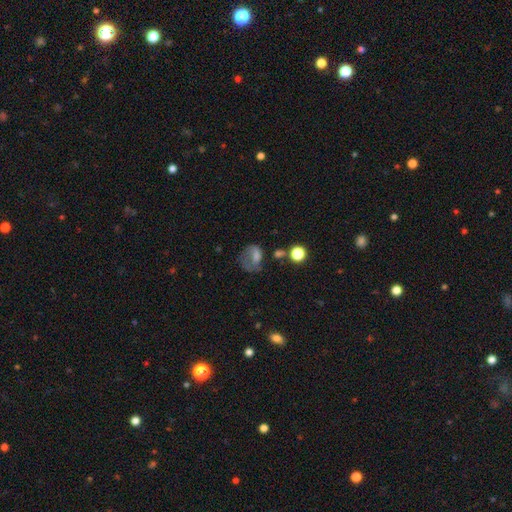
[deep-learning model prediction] Smooth or featured? smooth (48%)
Merging? none (36%)